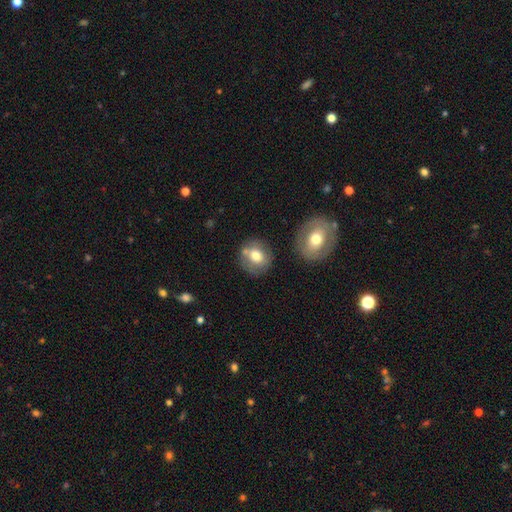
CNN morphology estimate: smooth_or_featured: smooth (p=0.70) [alt: featured or disk p=0.21]
how_rounded: round (p=0.76) [alt: in between p=0.23]
merging: none (p=0.70) [alt: minor disturbance p=0.14]